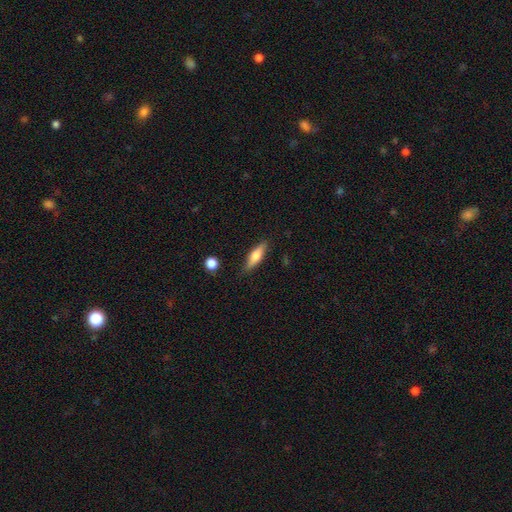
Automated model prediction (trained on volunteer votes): Overall: smooth (62%; featured or disk 32%). How rounded: cigar-shaped (58%; in between 39%). Merging: none (84%).